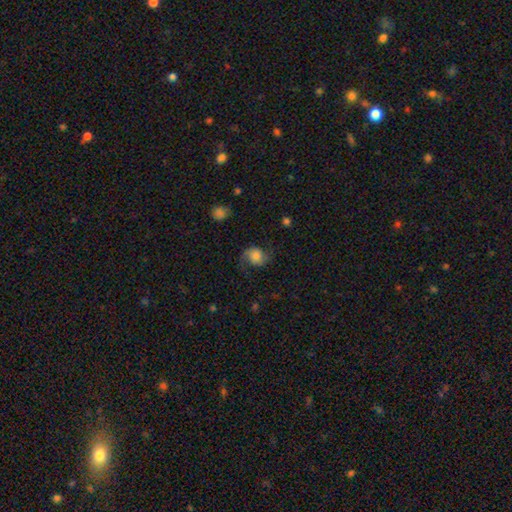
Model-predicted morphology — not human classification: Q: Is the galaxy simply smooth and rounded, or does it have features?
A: featured or disk — 58%.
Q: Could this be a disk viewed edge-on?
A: no — 97%.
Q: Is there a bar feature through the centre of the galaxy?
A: no — 72%.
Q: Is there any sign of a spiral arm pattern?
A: yes — 94%.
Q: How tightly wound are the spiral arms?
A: loose — 52%.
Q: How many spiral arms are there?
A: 2 — 90%.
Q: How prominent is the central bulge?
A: moderate — 29%.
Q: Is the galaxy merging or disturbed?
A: none — 69%.